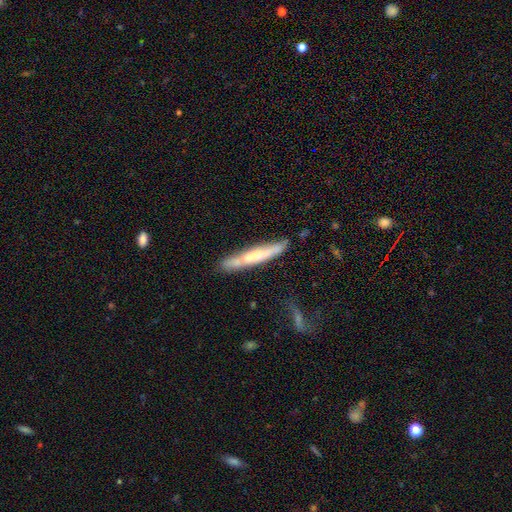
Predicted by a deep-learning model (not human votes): Overall: smooth (50%; featured or disk 43%). Merging: none (67%).